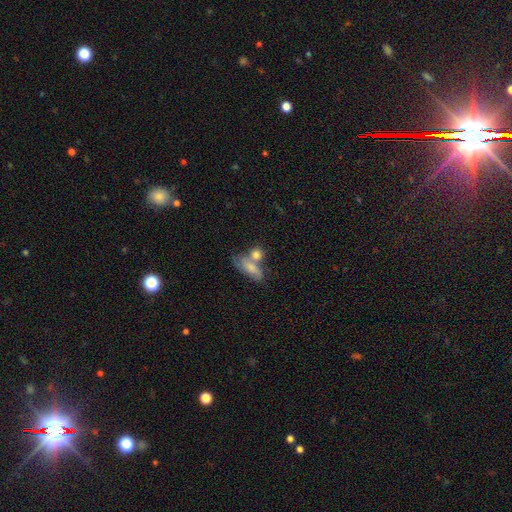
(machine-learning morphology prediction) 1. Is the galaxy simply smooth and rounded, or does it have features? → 68% smooth, 22% featured or disk, 11% star or artifact.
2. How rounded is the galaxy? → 56% in between, 27% round, 17% cigar-shaped.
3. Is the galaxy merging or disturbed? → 40% none, 38% merger, 14% minor disturbance, 8% major disturbance.